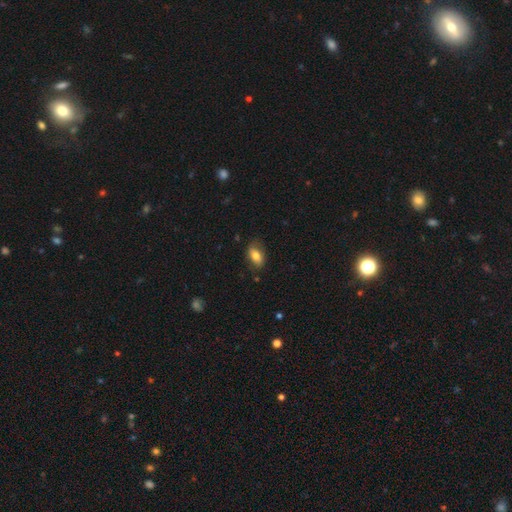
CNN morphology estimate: This is likely a smooth galaxy (74%). How rounded: clearly in between (89%). Merging: likely none (73%).